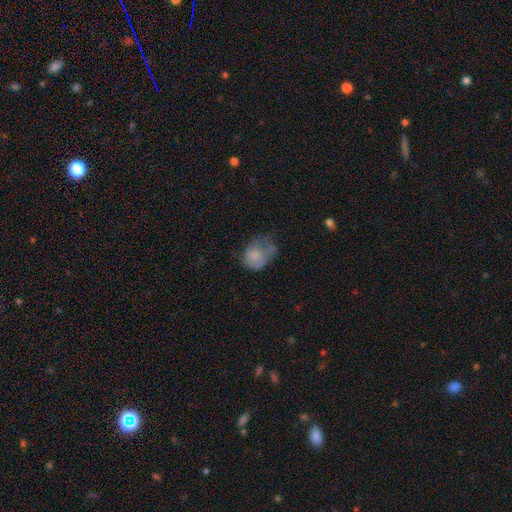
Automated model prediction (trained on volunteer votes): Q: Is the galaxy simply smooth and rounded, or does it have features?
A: smooth — 67%.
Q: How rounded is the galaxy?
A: in between — 62%.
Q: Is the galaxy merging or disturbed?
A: major disturbance — 37%.